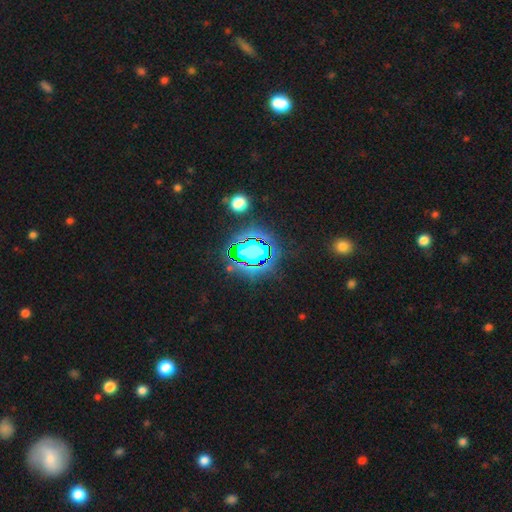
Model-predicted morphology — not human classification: Smooth or featured? star or artifact (80%)